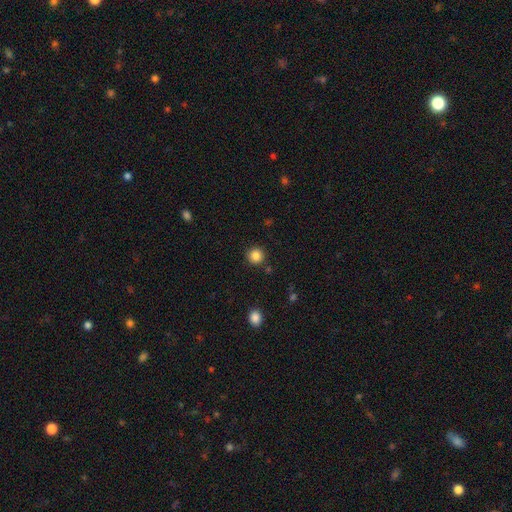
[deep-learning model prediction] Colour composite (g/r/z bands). It shows a smooth galaxy with no disk features (84%) that is round (94%). Merging: none (90%).